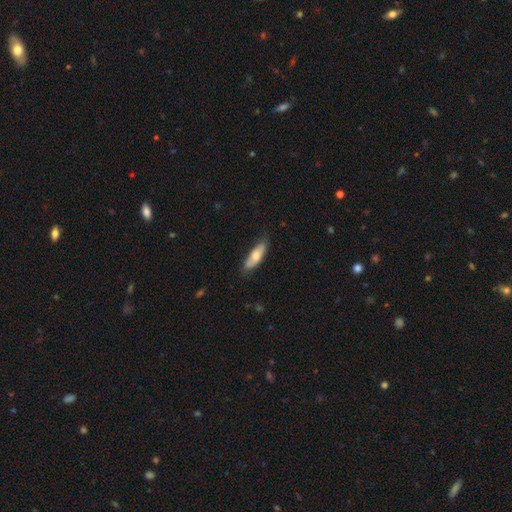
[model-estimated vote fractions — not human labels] smooth 68%, featured or disk 26%, star or artifact 6%. Down the decision tree: how rounded — in between (56%); merging — none (79%).